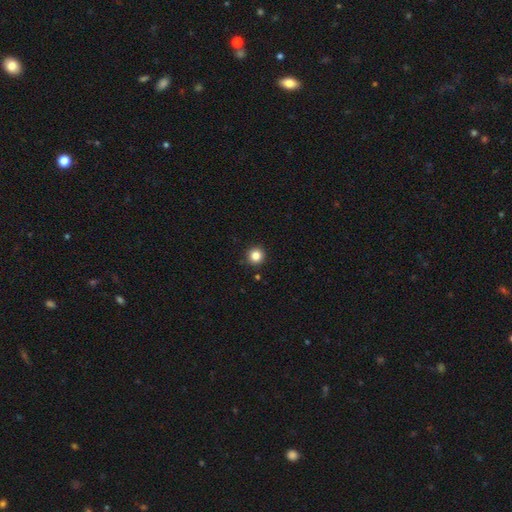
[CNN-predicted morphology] Smooth or featured? Predicted: smooth (p=0.84). How rounded? Predicted: round (p=0.96). Merging? Predicted: none (p=0.93).